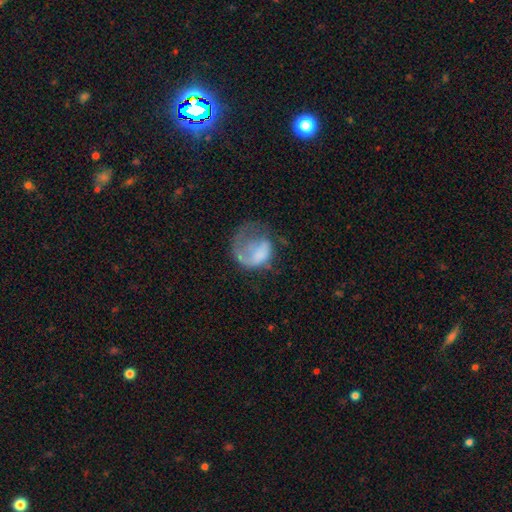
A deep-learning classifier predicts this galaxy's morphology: smooth_or_featured: featured or disk (p=0.51) [alt: smooth p=0.41]
disk_edge_on: no (p=0.98) [alt: yes p=0.02]
merging: major disturbance (p=0.51) [alt: none p=0.28]